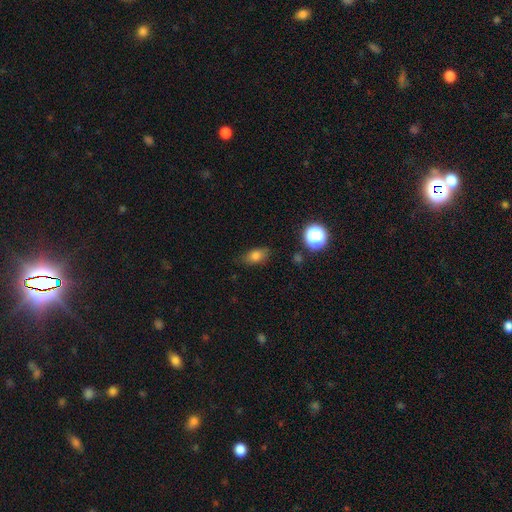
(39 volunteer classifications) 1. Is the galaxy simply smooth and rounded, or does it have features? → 77% smooth, 13% featured or disk, 10% star or artifact.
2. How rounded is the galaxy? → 80% in between, 13% round, 7% cigar-shaped.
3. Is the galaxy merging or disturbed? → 71% none, 20% minor disturbance, 9% major disturbance, 0% merger.